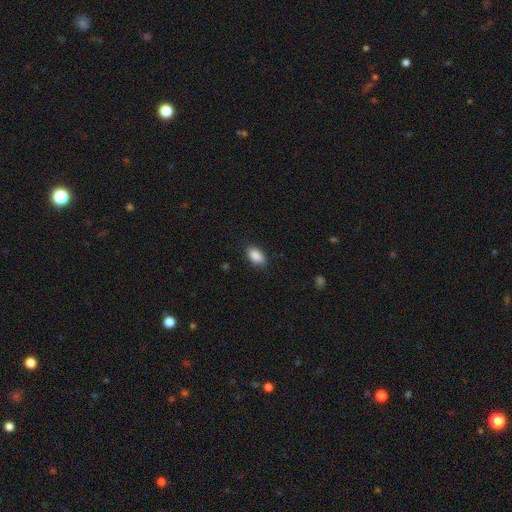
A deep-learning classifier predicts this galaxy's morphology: This is clearly a smooth galaxy (89%). How rounded: clearly in between (93%). Merging: clearly none (86%).